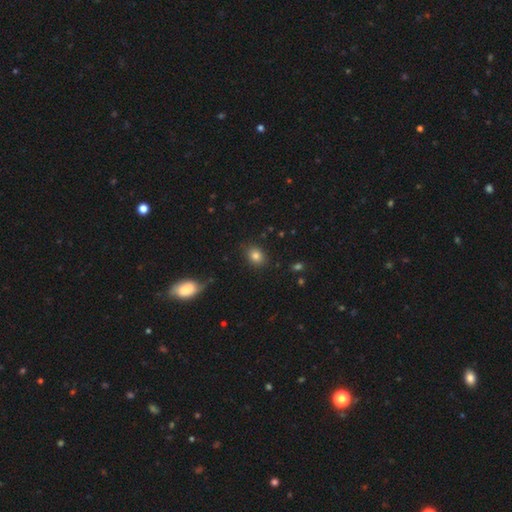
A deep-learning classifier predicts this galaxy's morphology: Smooth or featured? smooth (81%)
How rounded? in between (53%)
Merging? none (85%)